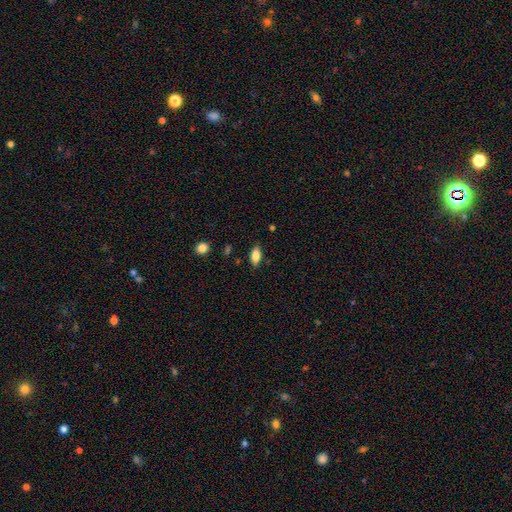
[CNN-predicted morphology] The model was most divided on "merging": none: 84%, minor disturbance: 12%, major disturbance: 3%, merger: 2%. More confident: how rounded — in between (88%); smooth or featured — smooth (82%).